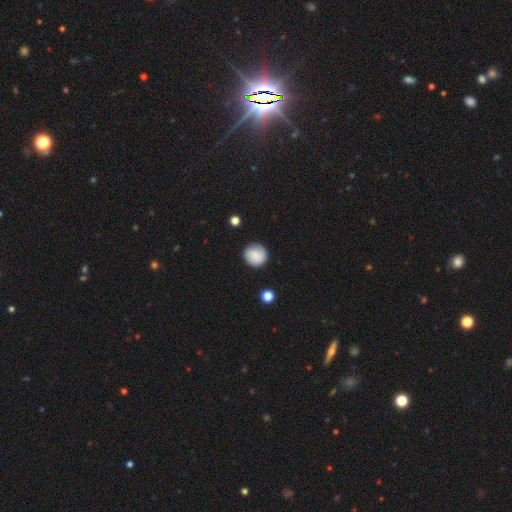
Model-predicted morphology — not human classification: smooth_or_featured: smooth (p=0.83) [alt: featured or disk p=0.10]
how_rounded: round (p=0.93) [alt: in between p=0.06]
merging: none (p=0.85) [alt: minor disturbance p=0.11]